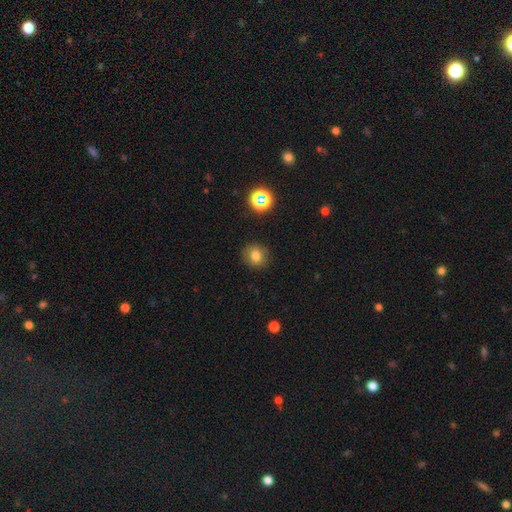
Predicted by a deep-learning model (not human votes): smooth-or-featured: smooth: 77% | star or artifact: 15% | featured or disk: 8%
  how-rounded: round: 78% | in between: 21% | cigar-shaped: 1%
  merging: none: 88% | minor disturbance: 8% | major disturbance: 3% | merger: 1%